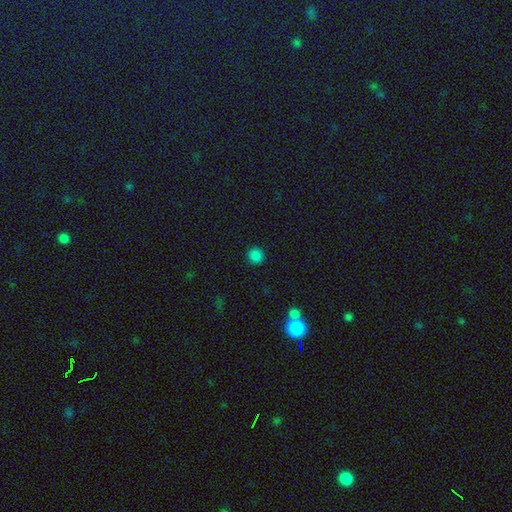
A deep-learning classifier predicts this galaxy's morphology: smooth_or_featured: smooth (p=0.83) [alt: star or artifact p=0.13]
how_rounded: round (p=0.93) [alt: in between p=0.06]
merging: none (p=0.90) [alt: minor disturbance p=0.05]